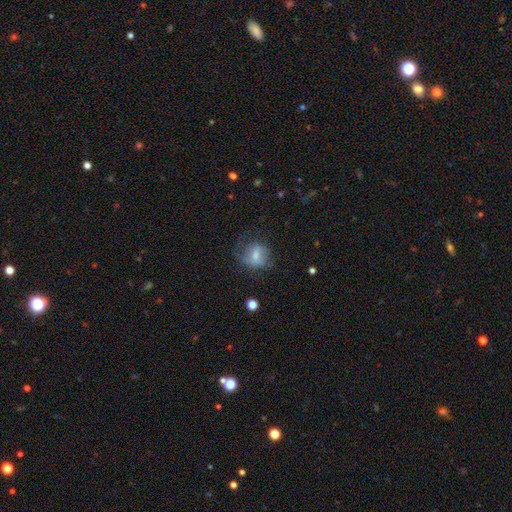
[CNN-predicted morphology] smooth_or_featured: smooth (p=0.56) [alt: featured or disk p=0.35]
how_rounded: round (p=0.63) [alt: in between p=0.36]
merging: none (p=0.48) [alt: minor disturbance p=0.25]